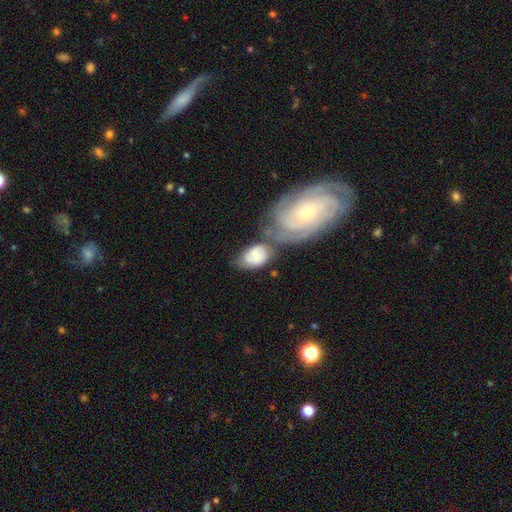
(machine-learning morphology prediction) The model was most divided on "merging": merger: 42%, none: 30%, minor disturbance: 18%, major disturbance: 10%. More confident: how rounded — in between (85%); smooth or featured — smooth (55%).